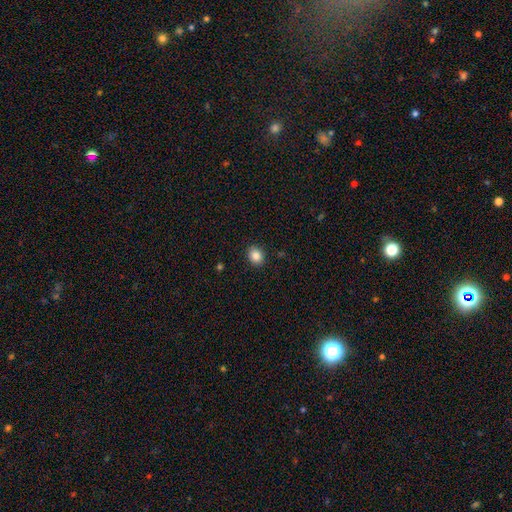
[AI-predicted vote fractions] Smooth or featured? smooth (85%)
How rounded? round (62%)
Merging? none (90%)